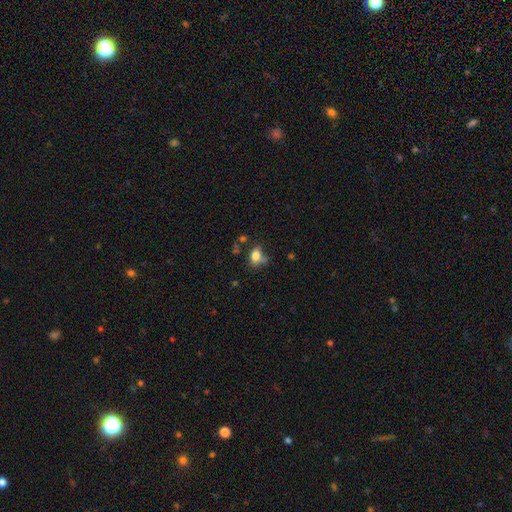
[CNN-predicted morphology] smooth_or_featured: smooth (p=0.78) [alt: star or artifact p=0.11]
how_rounded: in between (p=0.69) [alt: round p=0.29]
merging: none (p=0.52) [alt: minor disturbance p=0.26]